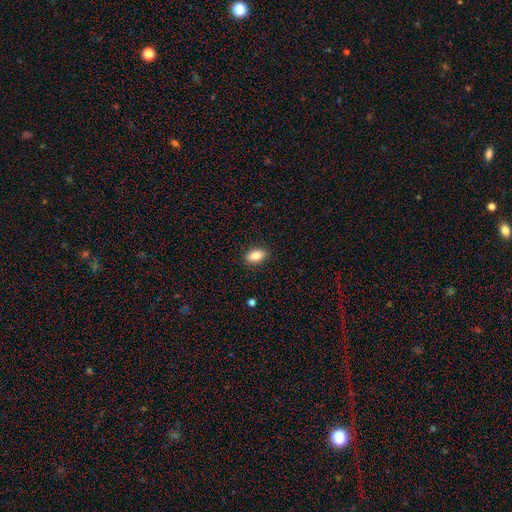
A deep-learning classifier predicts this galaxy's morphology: smooth-or-featured: smooth: 85% | star or artifact: 8% | featured or disk: 7%
  how-rounded: in between: 88% | round: 7% | cigar-shaped: 5%
  merging: none: 88% | minor disturbance: 9% | major disturbance: 2% | merger: 1%